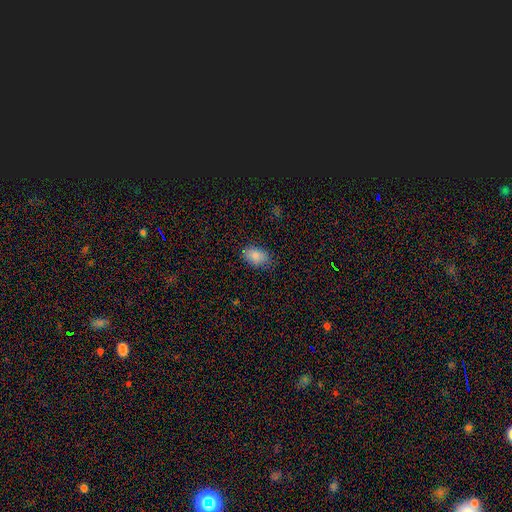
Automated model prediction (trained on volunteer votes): A smooth galaxy with no disk features (86%) that is in between round and cigar-shaped (89%).

Vote fractions:
- Smooth or featured? smooth: 86% / star or artifact: 8% / featured or disk: 6%
- How rounded? in between: 89% / round: 9% / cigar-shaped: 2%
- Merging? none: 82% / minor disturbance: 14% / major disturbance: 3% / merger: 1%